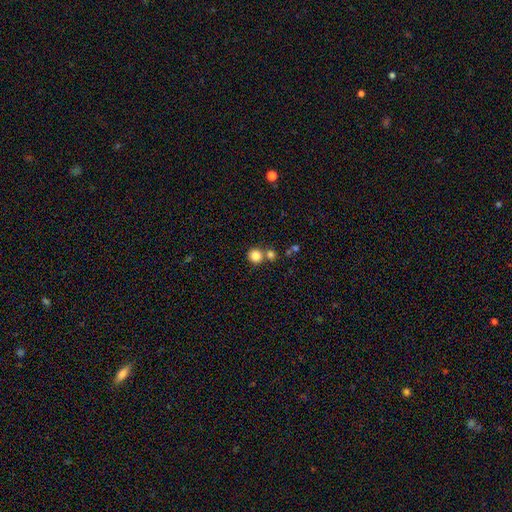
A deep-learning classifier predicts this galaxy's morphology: A smooth galaxy with no disk features (84%) that is round (89%).

Vote fractions:
- Smooth or featured? smooth: 84% / star or artifact: 11% / featured or disk: 5%
- How rounded? round: 89% / in between: 10% / cigar-shaped: 1%
- Merging? none: 64% / merger: 25% / minor disturbance: 8% / major disturbance: 3%